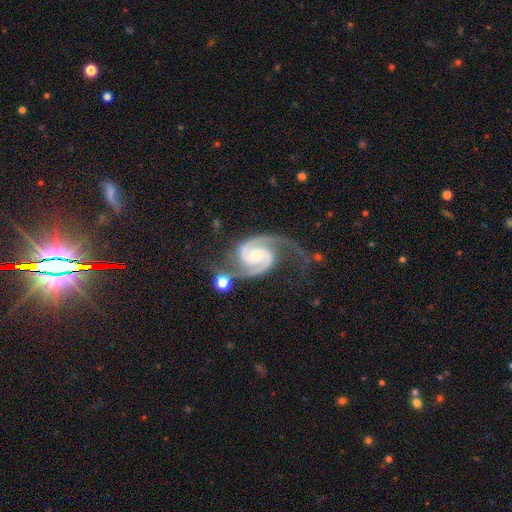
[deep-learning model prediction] Smooth or featured: featured or disk — 94% (star or artifact — 4%)
Edge-on disk: no — 98% (yes — 2%)
Bar: no — 51% (weak — 36%)
Spiral arms: yes — 99% (no — 1%)
Spiral winding: medium — 55% (tight — 31%)
Spiral arm count: 2 — 93% (3 — 2%)
Bulge size: moderate — 55% (small — 31%)
Merging: none — 46% (minor disturbance — 22%)